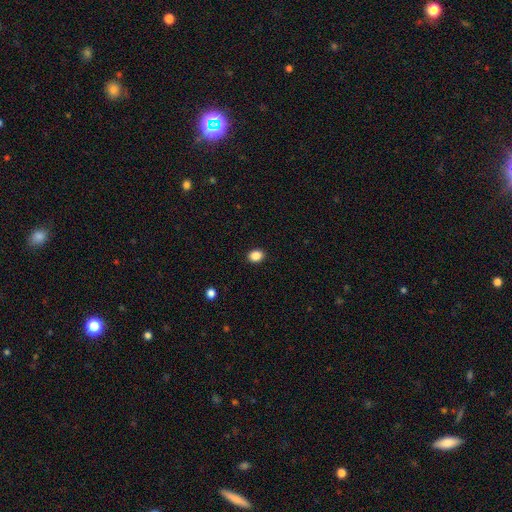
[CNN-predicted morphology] smooth-or-featured: smooth: 87% | star or artifact: 10% | featured or disk: 3%
  how-rounded: round: 50% | in between: 49% | cigar-shaped: 1%
  merging: none: 91% | minor disturbance: 6% | major disturbance: 2% | merger: 1%